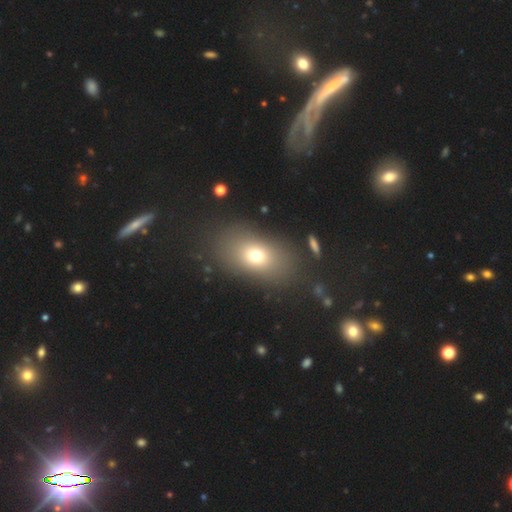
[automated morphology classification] A smooth galaxy with no disk features (69%) that is in between round and cigar-shaped (75%).

Vote fractions:
- Smooth or featured? smooth: 69% / featured or disk: 16% / star or artifact: 15%
- How rounded? in between: 75% / round: 22% / cigar-shaped: 3%
- Merging? none: 79% / minor disturbance: 10% / major disturbance: 7% / merger: 3%